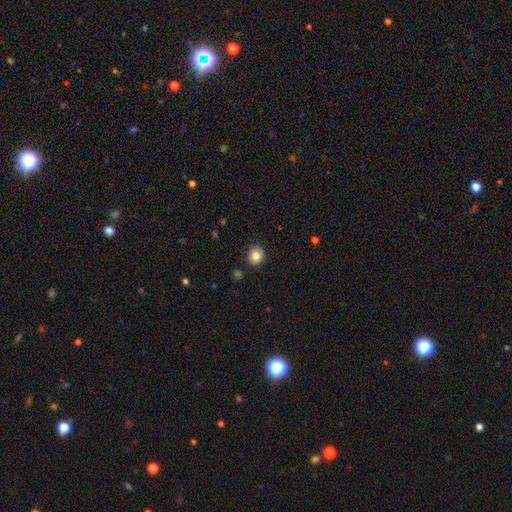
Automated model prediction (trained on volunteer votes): Smooth or featured: smooth — 85% (star or artifact — 10%)
How rounded: round — 82% (in between — 17%)
Merging: none — 89% (minor disturbance — 7%)